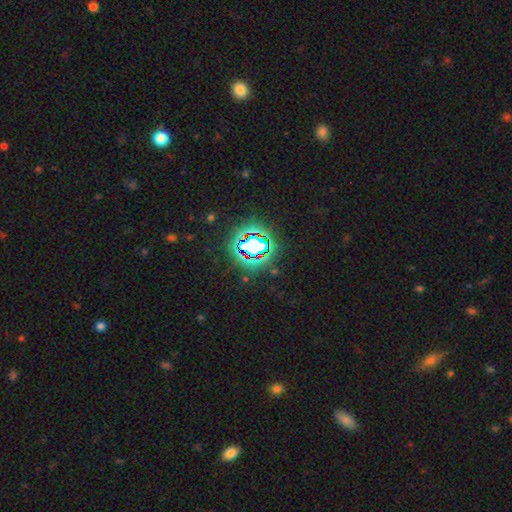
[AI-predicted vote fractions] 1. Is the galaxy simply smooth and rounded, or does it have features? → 82% star or artifact, 11% smooth, 7% featured or disk.